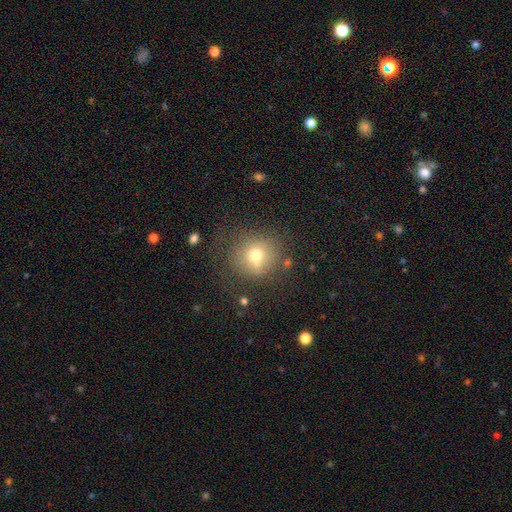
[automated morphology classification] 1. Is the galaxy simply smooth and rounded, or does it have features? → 68% smooth, 16% featured or disk, 15% star or artifact.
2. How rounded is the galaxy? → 89% round, 11% in between, 1% cigar-shaped.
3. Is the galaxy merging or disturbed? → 69% none, 16% minor disturbance, 9% major disturbance, 6% merger.